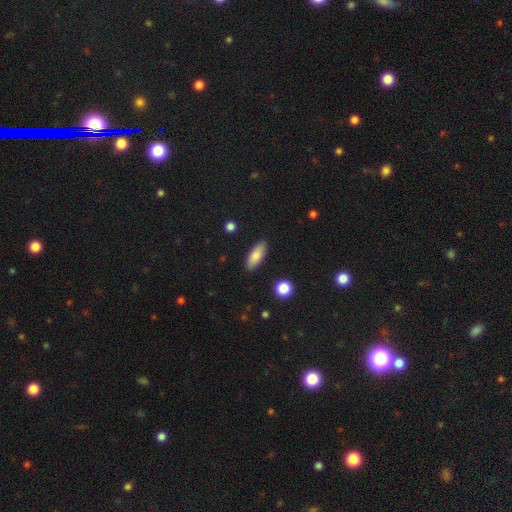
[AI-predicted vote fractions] This is clearly a smooth galaxy (82%). How rounded: likely in between (73%). Merging: clearly none (88%).